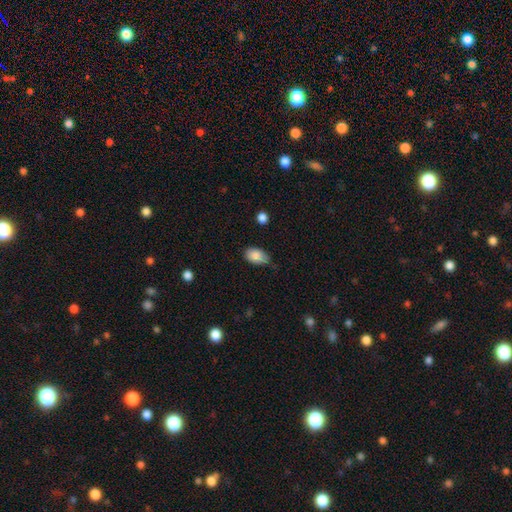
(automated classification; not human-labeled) smooth_or_featured: smooth (p=0.85) [alt: featured or disk p=0.08]
how_rounded: in between (p=0.91) [alt: round p=0.08]
merging: none (p=0.60) [alt: minor disturbance p=0.34]